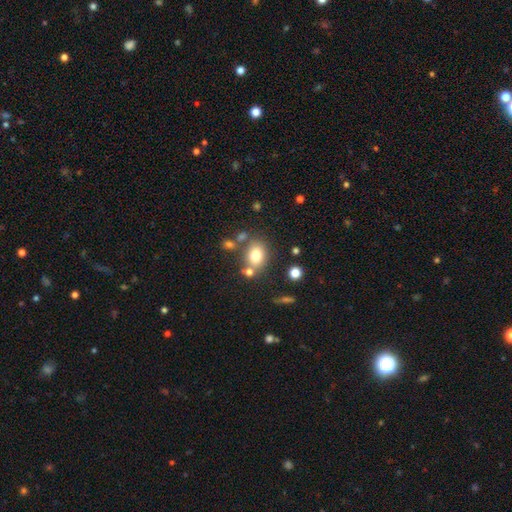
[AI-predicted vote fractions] smooth_or_featured: smooth (p=0.76) [alt: star or artifact p=0.12]
how_rounded: in between (p=0.53) [alt: round p=0.46]
merging: none (p=0.66) [alt: merger p=0.16]